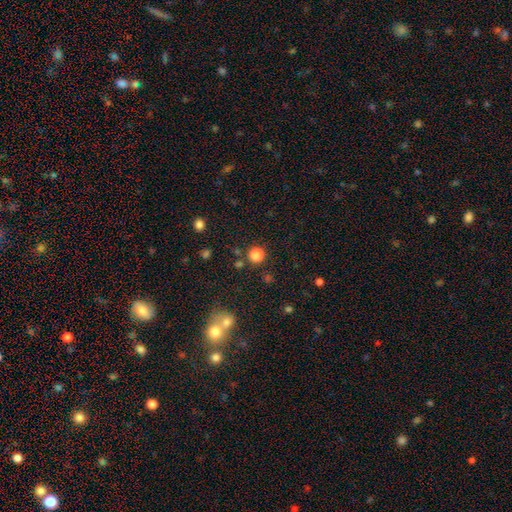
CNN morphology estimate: smooth_or_featured: smooth (p=0.83) [alt: star or artifact p=0.13]
how_rounded: round (p=0.93) [alt: in between p=0.06]
merging: none (p=0.87) [alt: minor disturbance p=0.06]